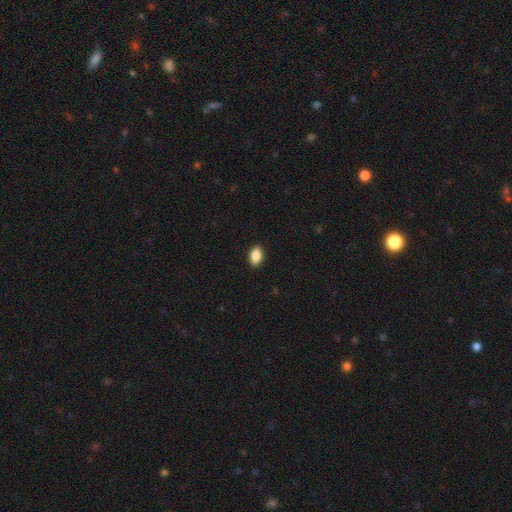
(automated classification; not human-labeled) Q: Smooth or featured?
A: smooth (86%); runner-up: star or artifact (7%)
Q: How rounded?
A: in between (89%); runner-up: round (8%)
Q: Merging?
A: none (90%); runner-up: minor disturbance (8%)